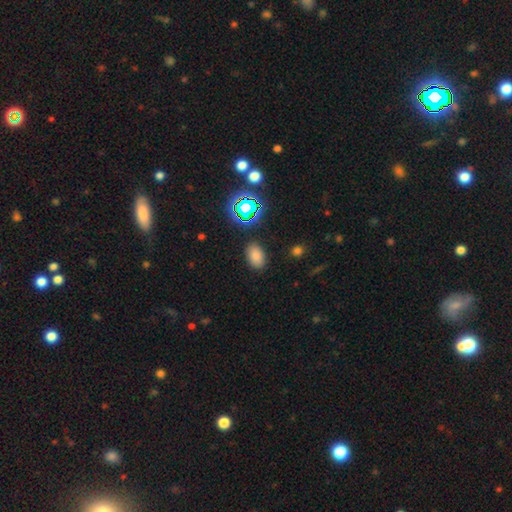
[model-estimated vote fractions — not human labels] Morphology: type=smooth (76%); roundness=in between (88%); merging=none (86%).